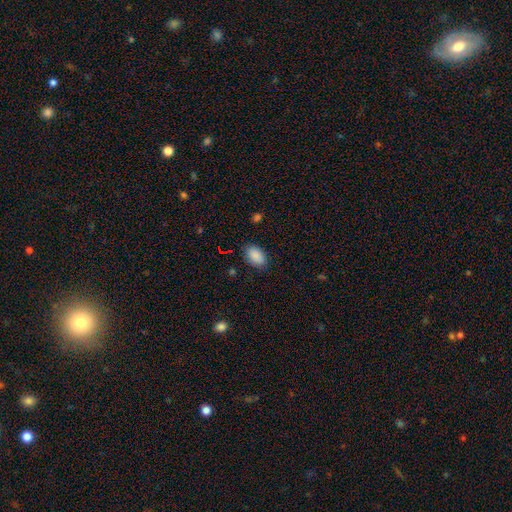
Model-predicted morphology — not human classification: A smooth galaxy with no disk features (89%) that is in between round and cigar-shaped (92%). Merging: none (83%).